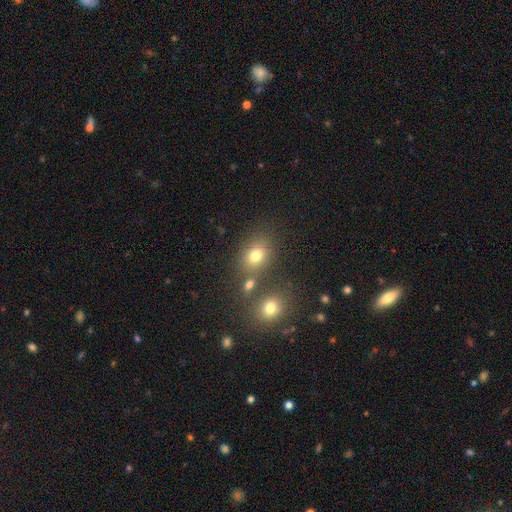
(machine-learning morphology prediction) A smooth galaxy with no disk features (74%) that is in between round and cigar-shaped (55%).

Vote fractions:
- Smooth or featured? smooth: 74% / star or artifact: 16% / featured or disk: 9%
- How rounded? in between: 55% / round: 44% / cigar-shaped: 1%
- Merging? none: 65% / merger: 19% / minor disturbance: 11% / major disturbance: 5%